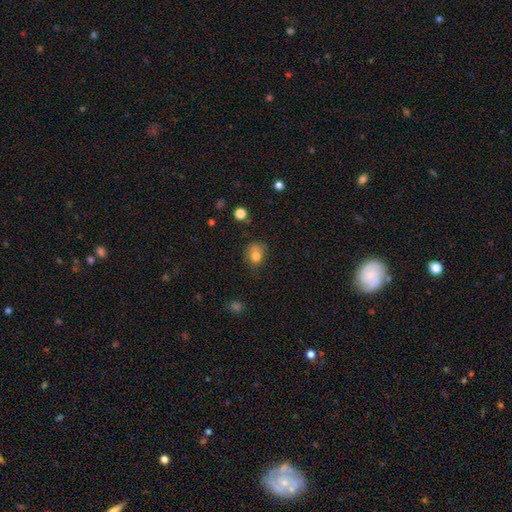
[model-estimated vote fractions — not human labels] Smooth or featured? smooth (76%)
How rounded? round (59%)
Merging? none (44%)